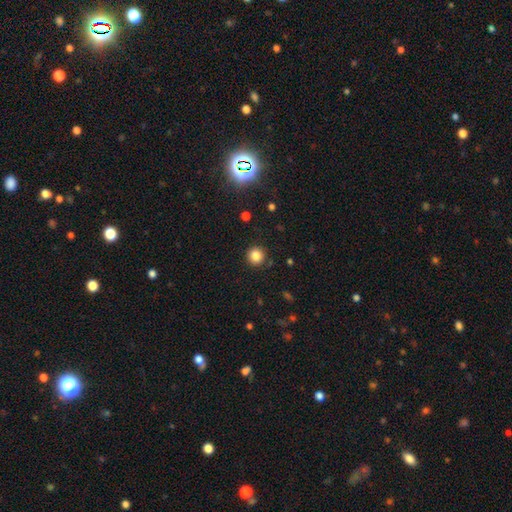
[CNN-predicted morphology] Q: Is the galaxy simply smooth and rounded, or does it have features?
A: smooth — 83%.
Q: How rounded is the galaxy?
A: round — 94%.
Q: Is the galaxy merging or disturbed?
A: none — 91%.